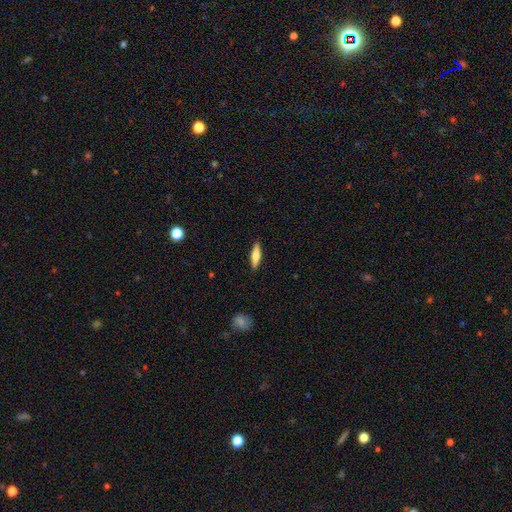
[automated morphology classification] Smooth or featured? smooth (64%)
How rounded? cigar-shaped (73%)
Merging? none (89%)